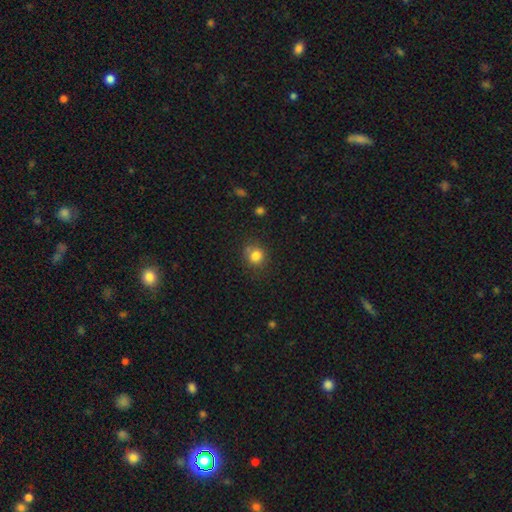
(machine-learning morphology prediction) smooth_or_featured: smooth (p=0.82) [alt: star or artifact p=0.12]
how_rounded: round (p=0.83) [alt: in between p=0.16]
merging: none (p=0.72) [alt: minor disturbance p=0.17]